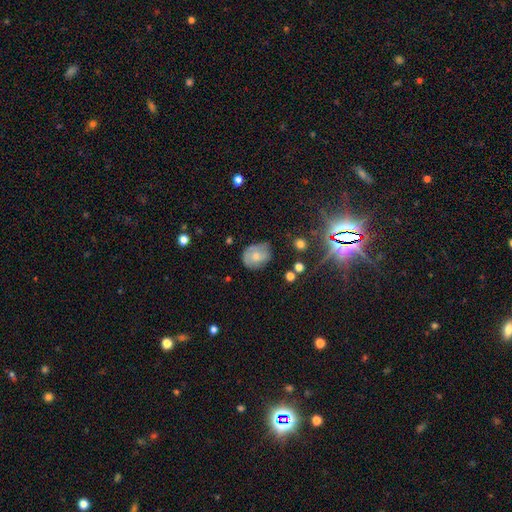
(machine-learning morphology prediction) smooth_or_featured: smooth (p=0.54) [alt: featured or disk p=0.36]
how_rounded: in between (p=0.49) [tied with: round p=0.49]
merging: none (p=0.61) [alt: minor disturbance p=0.28]